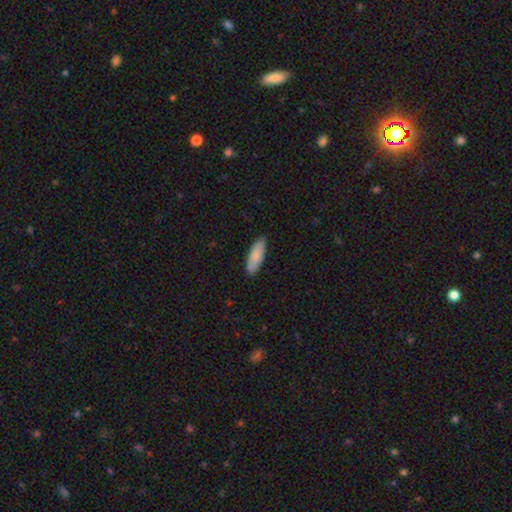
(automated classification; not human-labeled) smooth_or_featured: smooth (p=0.85) [alt: featured or disk p=0.10]
how_rounded: in between (p=0.59) [alt: cigar-shaped p=0.39]
merging: none (p=0.87) [alt: minor disturbance p=0.10]